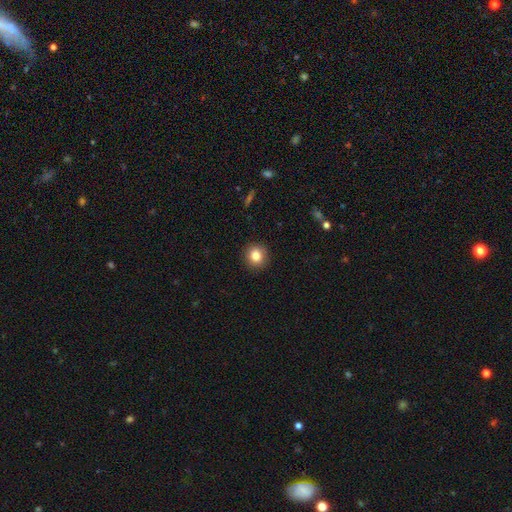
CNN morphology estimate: smooth_or_featured: smooth (p=0.83) [alt: star or artifact p=0.10]
how_rounded: round (p=0.89) [alt: in between p=0.10]
merging: none (p=0.91) [alt: minor disturbance p=0.06]